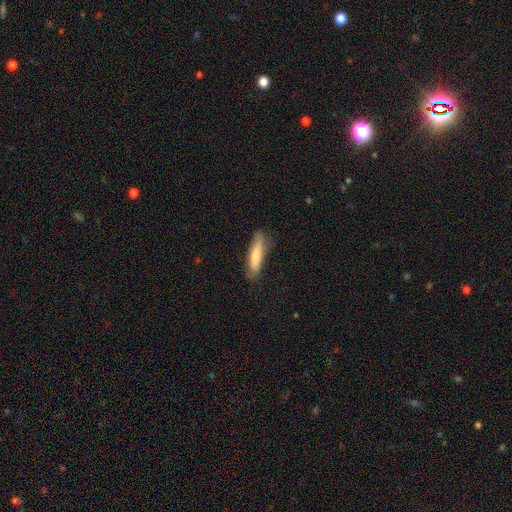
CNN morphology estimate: Overall: smooth (67%). How rounded: cigar-shaped (81%). Merging: none (78%).